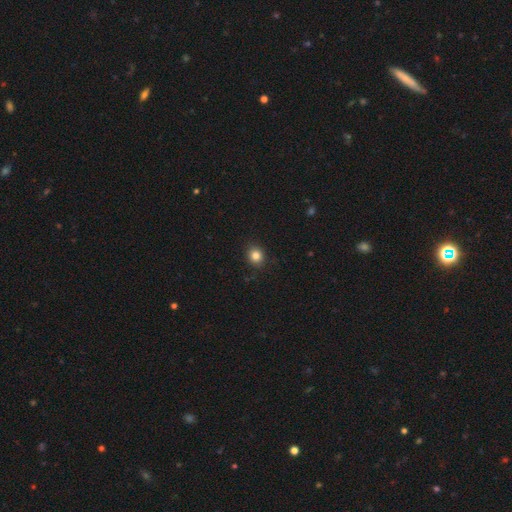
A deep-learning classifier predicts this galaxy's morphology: A smooth galaxy with no disk features (83%) that is round (80%). Merging: none (90%).